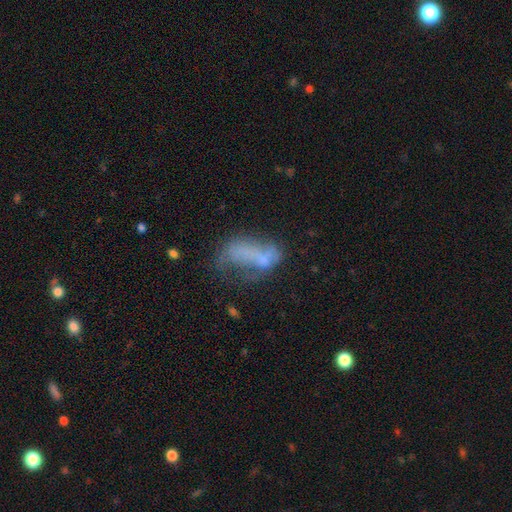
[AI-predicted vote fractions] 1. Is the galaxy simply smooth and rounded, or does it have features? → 44% featured or disk, 43% smooth, 14% star or artifact.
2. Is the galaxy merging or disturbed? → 37% major disturbance, 25% none, 21% minor disturbance, 17% merger.